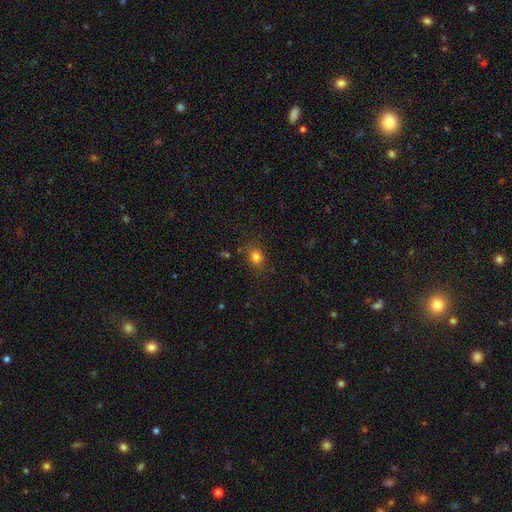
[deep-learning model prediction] Smooth or featured: smooth — 80% (star or artifact — 14%)
How rounded: round — 60% (in between — 39%)
Merging: none — 82% (minor disturbance — 13%)